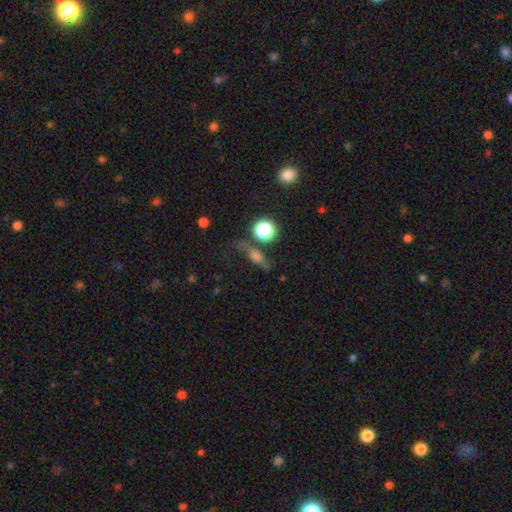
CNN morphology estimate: smooth 64%, star or artifact 20%, featured or disk 17%. Down the decision tree: how rounded — in between (51%); merging — none (57%).